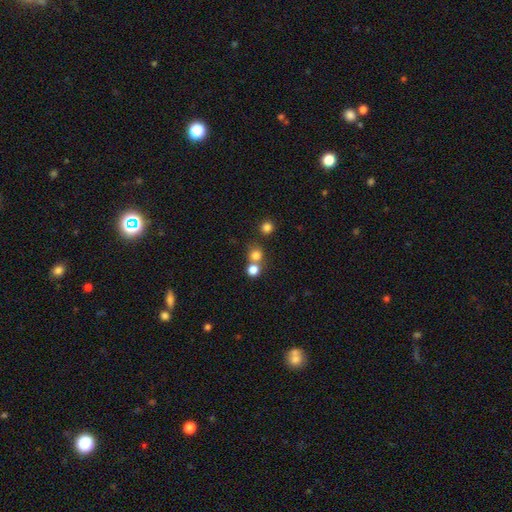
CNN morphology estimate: type=smooth (77%); roundness=round (86%); merging=none (54%).